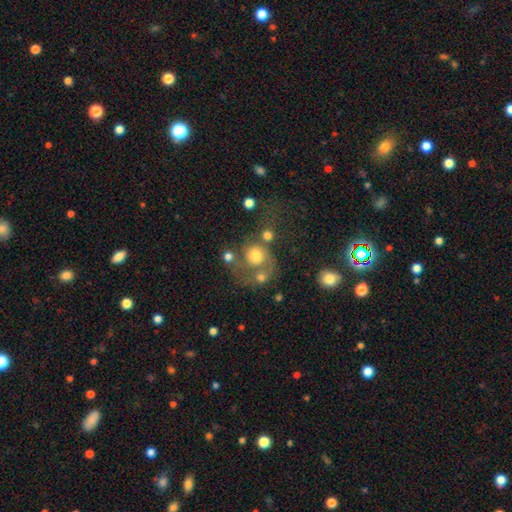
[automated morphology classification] type=smooth (56%); roundness=round (80%); merging=merger (35%).